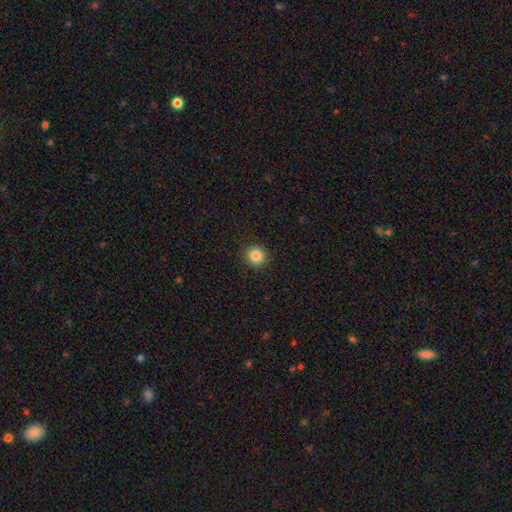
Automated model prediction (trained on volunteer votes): The model was most divided on "smooth or featured": smooth: 85%, star or artifact: 10%, featured or disk: 4%. More confident: merging — none (92%); how rounded — round (92%).